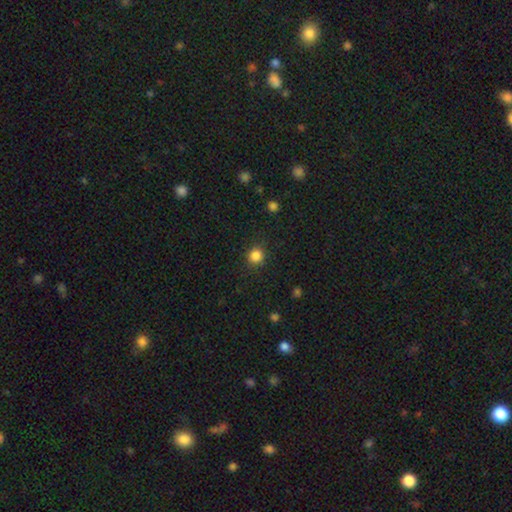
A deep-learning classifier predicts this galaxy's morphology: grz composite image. It shows a smooth galaxy with no disk features (85%) that is round (92%). Merging: none (89%).